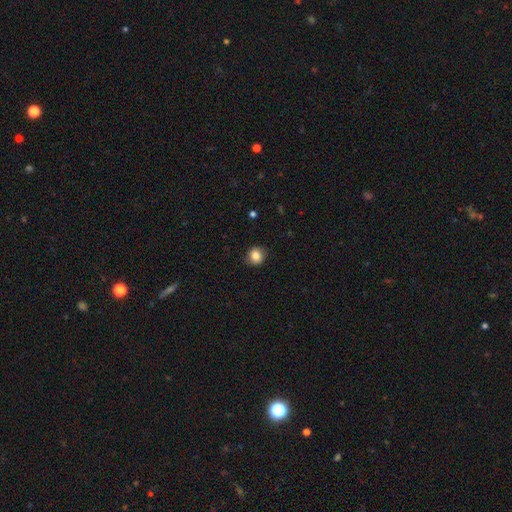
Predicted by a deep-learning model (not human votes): Smooth or featured: smooth — 83% (star or artifact — 10%)
How rounded: round — 86% (in between — 13%)
Merging: none — 86% (minor disturbance — 10%)